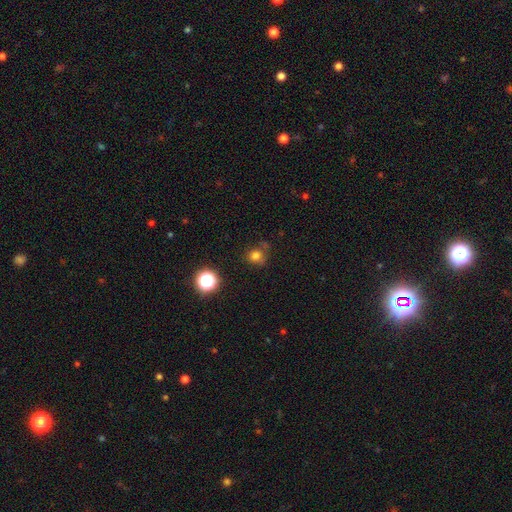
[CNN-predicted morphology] Q: Smooth or featured?
A: smooth (76%); runner-up: star or artifact (17%)
Q: How rounded?
A: round (87%); runner-up: in between (12%)
Q: Merging?
A: none (71%); runner-up: minor disturbance (18%)